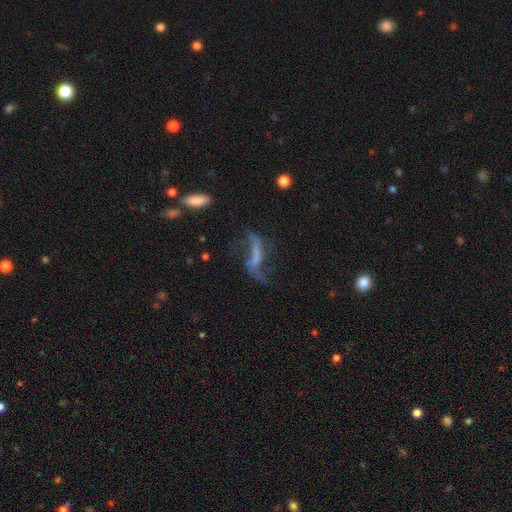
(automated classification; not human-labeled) smooth_or_featured: featured or disk (p=0.67) [alt: smooth p=0.20]
disk_edge_on: no (p=0.83) [alt: yes p=0.17]
bar: no (p=0.36) [tied with: strong p=0.36]
has_spiral_arms: yes (p=0.74) [alt: no p=0.26]
bulge_size: none (p=0.67) [alt: small p=0.19]
merging: none (p=0.45) [alt: major disturbance p=0.30]